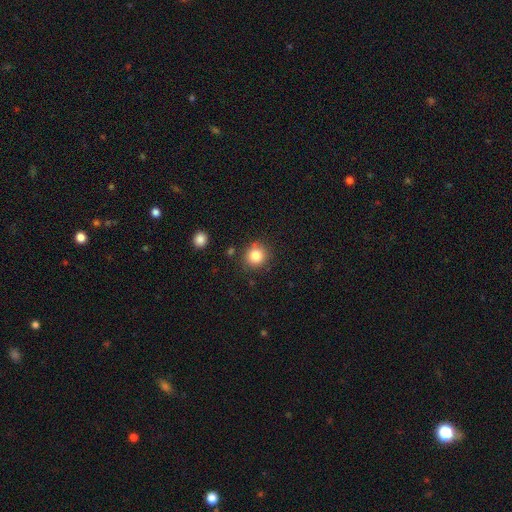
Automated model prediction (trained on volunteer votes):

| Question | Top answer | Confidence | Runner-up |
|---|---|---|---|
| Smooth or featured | smooth | 83% | star or artifact (11%) |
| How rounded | round | 88% | in between (11%) |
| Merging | none | 84% | minor disturbance (10%) |